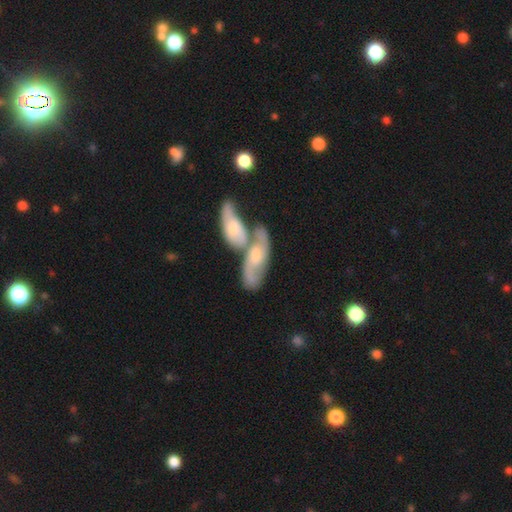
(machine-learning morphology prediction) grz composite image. It shows a featured or disk galaxy (69%) with no bar (61%), spiral arms (87%) and a moderate central bulge (52%). Merging: merger (66%).